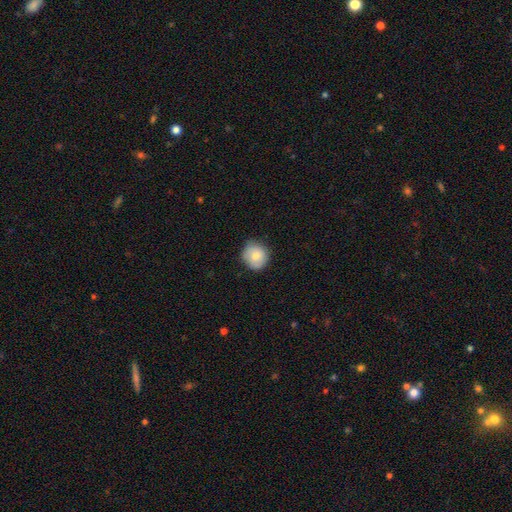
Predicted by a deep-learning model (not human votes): A smooth galaxy with no disk features (79%) that is round (86%). Merging: none (77%).